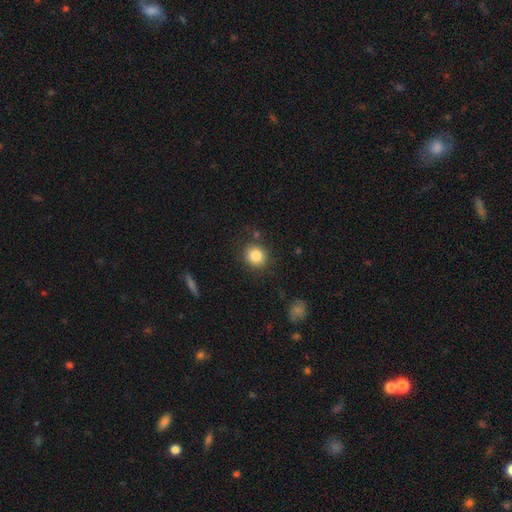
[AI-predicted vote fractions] Overall: smooth (84%). How rounded: round (87%). Merging: none (86%).